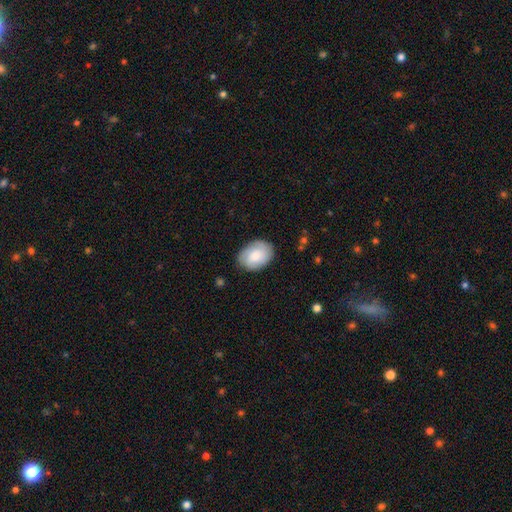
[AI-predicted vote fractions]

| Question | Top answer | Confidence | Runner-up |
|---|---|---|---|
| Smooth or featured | smooth | 72% | featured or disk (22%) |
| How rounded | in between | 78% | round (21%) |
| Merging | none | 80% | minor disturbance (15%) |